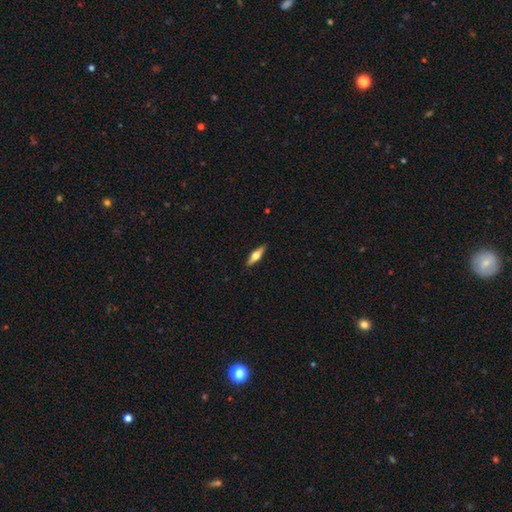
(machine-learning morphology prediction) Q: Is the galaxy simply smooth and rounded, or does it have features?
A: featured or disk — 49%.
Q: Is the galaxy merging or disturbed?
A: none — 89%.